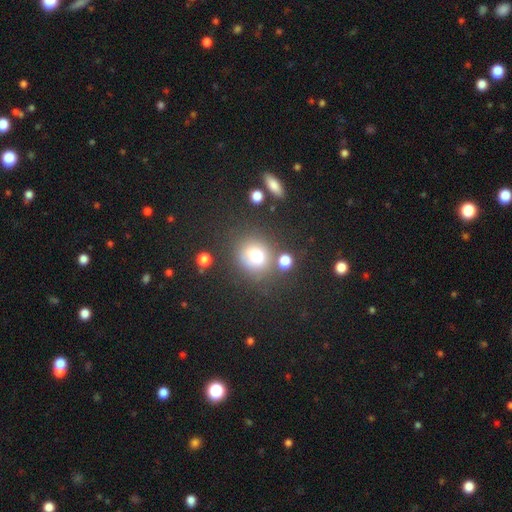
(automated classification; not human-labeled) Morphology: type=smooth (72%); roundness=round (84%); merging=none (70%).